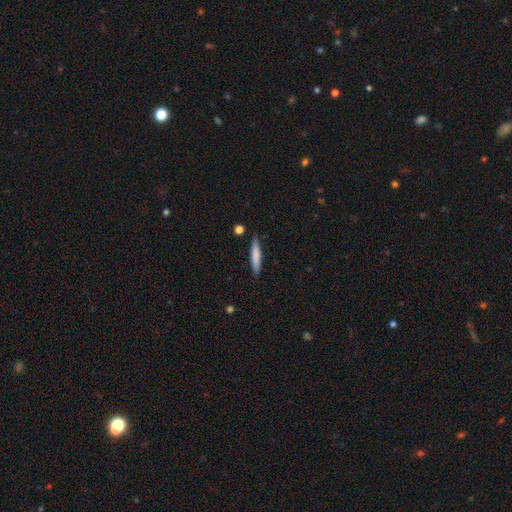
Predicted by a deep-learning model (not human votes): This appears to be a smooth galaxy with no disk features (76%) that is cigar-shaped (90%). Merging: none (87%).